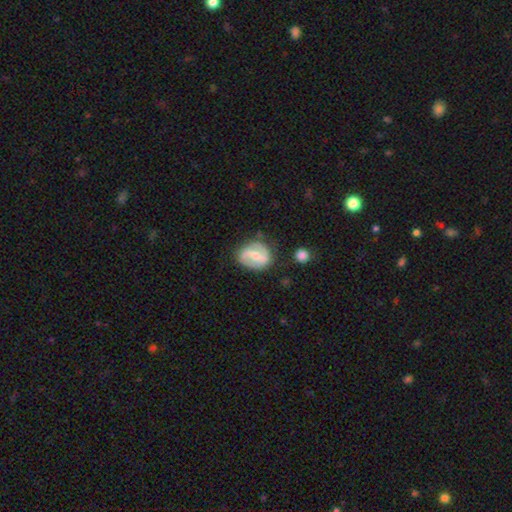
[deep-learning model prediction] Smooth or featured: featured or disk — 74% (smooth — 21%)
Edge-on disk: no — 97% (yes — 3%)
Bar: weak — 42% (strong — 39%)
Spiral arms: yes — 85% (no — 15%)
Spiral winding: medium — 46% (loose — 31%)
Spiral arm count: 2 — 87% (can't tell — 7%)
Bulge size: moderate — 55% (small — 38%)
Merging: none — 76% (minor disturbance — 16%)